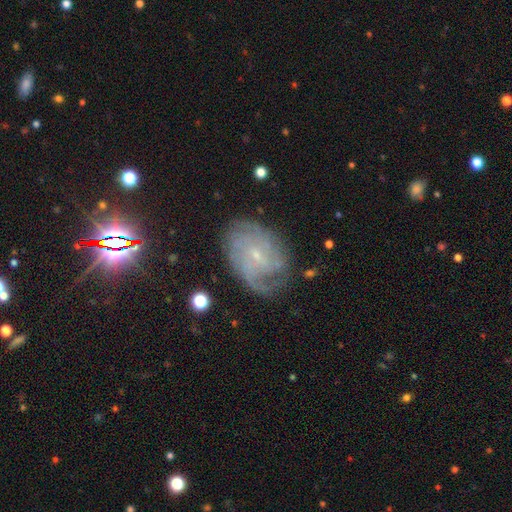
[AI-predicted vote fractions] This appears to be a featured or disk galaxy (81%) with no bar (57%), tight (56%) spiral arms (94%) and a small central bulge (82%). Merging: none (68%).